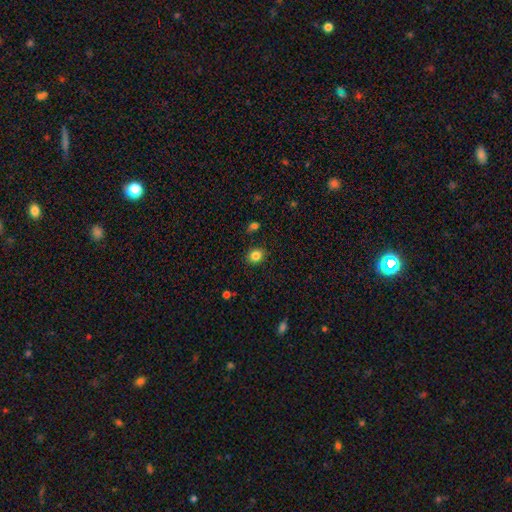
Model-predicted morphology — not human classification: Overall: smooth (83%). How rounded: round (72%). Merging: none (88%).